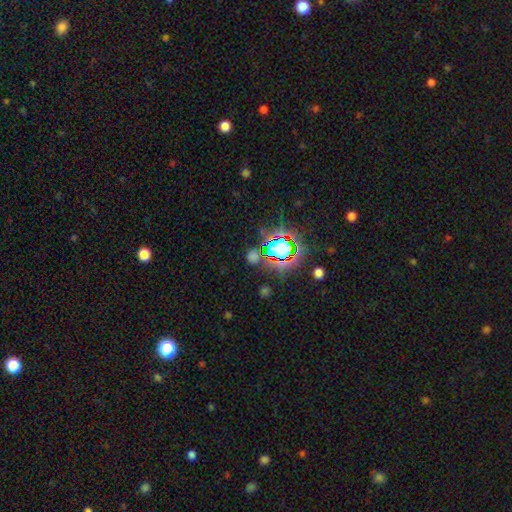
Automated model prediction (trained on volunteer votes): A star or artifact, not a galaxy (71%).

Vote fractions:
- Smooth or featured? star or artifact: 71% / smooth: 21% / featured or disk: 9%